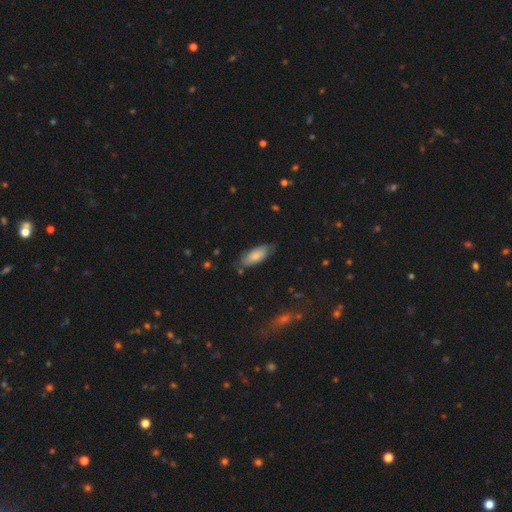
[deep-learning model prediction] Smooth or featured?
  - smooth: 74% *
  - featured or disk: 19%
  - star or artifact: 6%
How rounded?
  - in between: 82% *
  - cigar-shaped: 17%
  - round: 2%
Merging?
  - none: 71% *
  - minor disturbance: 23%
  - major disturbance: 5%
  - merger: 2%